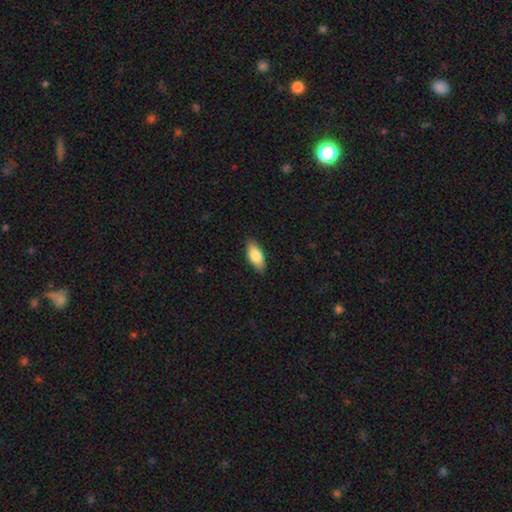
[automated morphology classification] This appears to be a smooth galaxy with no disk features (80%) that is in between round and cigar-shaped (83%). Merging: none (87%).